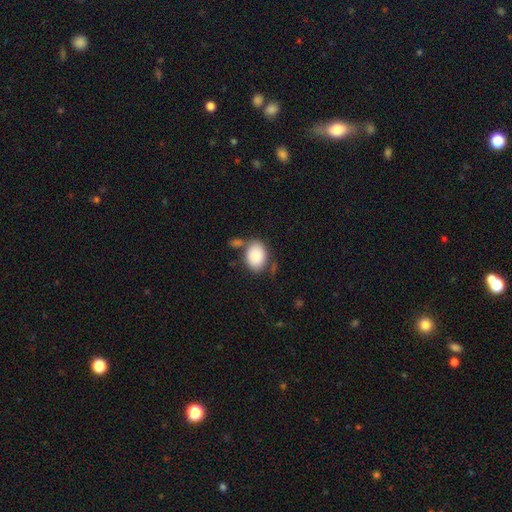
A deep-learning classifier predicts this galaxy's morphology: smooth 86%, featured or disk 8%, star or artifact 7%. Down the decision tree: how rounded — in between (76%); merging — none (57%).